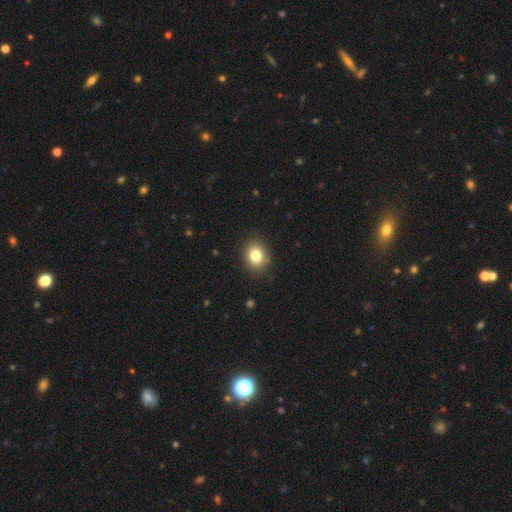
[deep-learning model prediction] Smooth or featured? Predicted: smooth (p=0.81). How rounded? Predicted: round (p=0.52). Merging? Predicted: none (p=0.87).